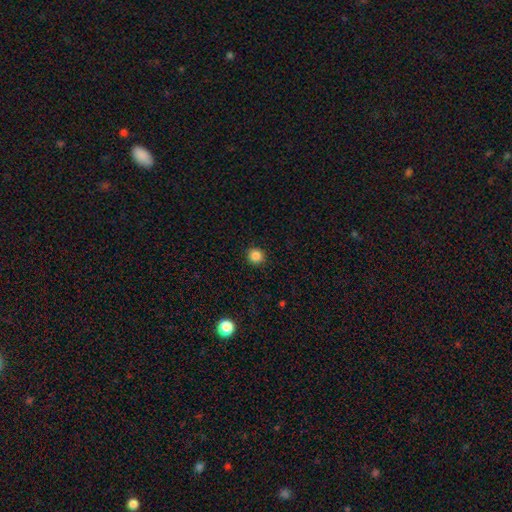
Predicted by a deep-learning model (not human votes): Smooth or featured? smooth (85%)
How rounded? round (94%)
Merging? none (92%)